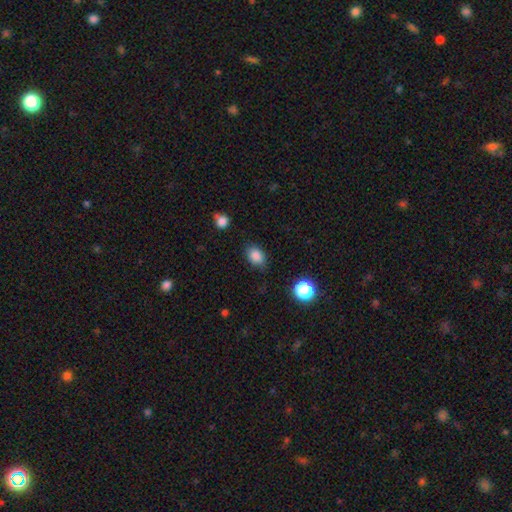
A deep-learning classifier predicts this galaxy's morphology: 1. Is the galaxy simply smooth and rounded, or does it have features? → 85% smooth, 11% star or artifact, 4% featured or disk.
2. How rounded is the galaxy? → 72% in between, 27% round, 1% cigar-shaped.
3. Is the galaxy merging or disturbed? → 79% none, 15% minor disturbance, 4% major disturbance, 2% merger.